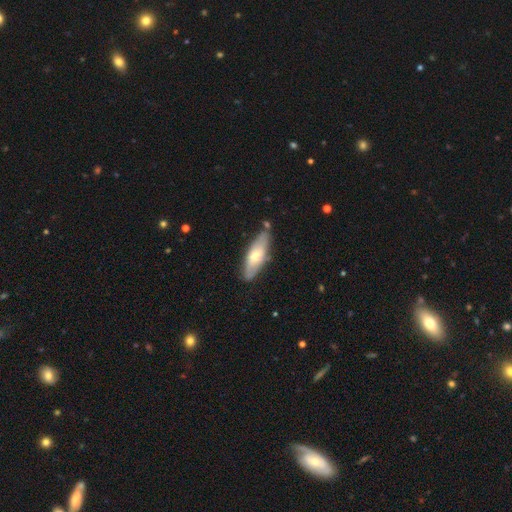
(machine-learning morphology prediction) Smooth or featured: smooth — 54% (featured or disk — 41%)
How rounded: in between — 55% (cigar-shaped — 43%)
Merging: none — 78% (minor disturbance — 15%)